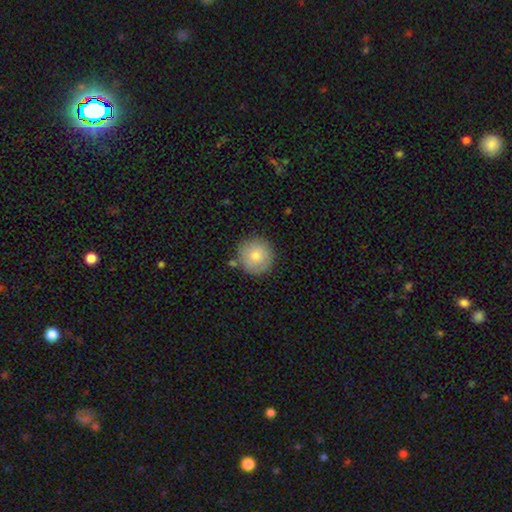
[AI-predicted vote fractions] smooth 81%, featured or disk 12%, star or artifact 7%. Down the decision tree: how rounded — round (96%); merging — none (83%).